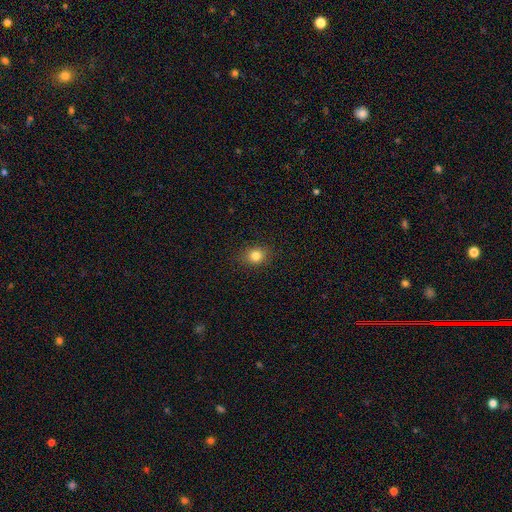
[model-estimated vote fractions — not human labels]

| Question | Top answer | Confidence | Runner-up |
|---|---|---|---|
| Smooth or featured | smooth | 82% | star or artifact (12%) |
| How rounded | round | 66% | in between (33%) |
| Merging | none | 88% | minor disturbance (9%) |